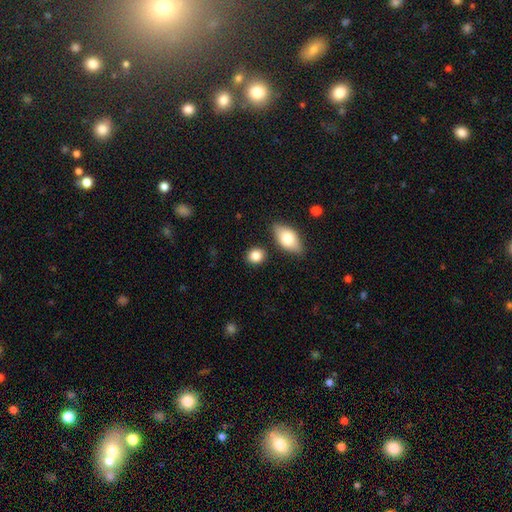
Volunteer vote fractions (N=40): Smooth or featured: smooth — 80% (featured or disk — 12%)
How rounded: round — 62% (in between — 38%)
Merging: none — 81% (minor disturbance — 11%)